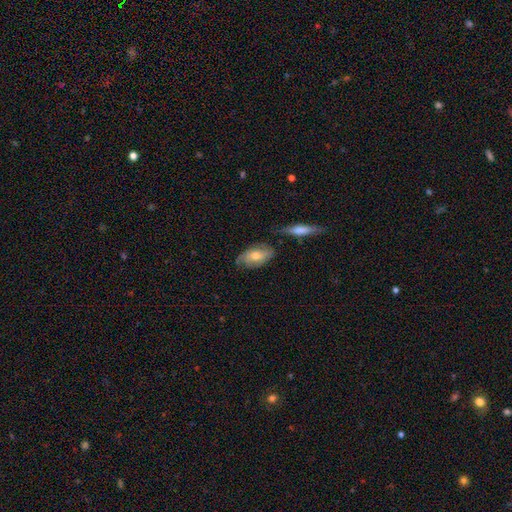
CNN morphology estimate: Overall: featured or disk (51%; smooth 43%). Edge-on disk: no (87%). Merging: none (67%).